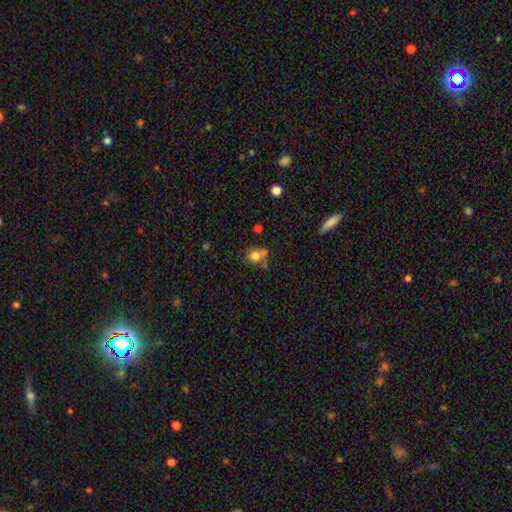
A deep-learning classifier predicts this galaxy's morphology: smooth-or-featured: smooth: 76% | star or artifact: 12% | featured or disk: 12%
  how-rounded: round: 74% | in between: 25% | cigar-shaped: 1%
  merging: none: 47% | merger: 29% | minor disturbance: 16% | major disturbance: 8%